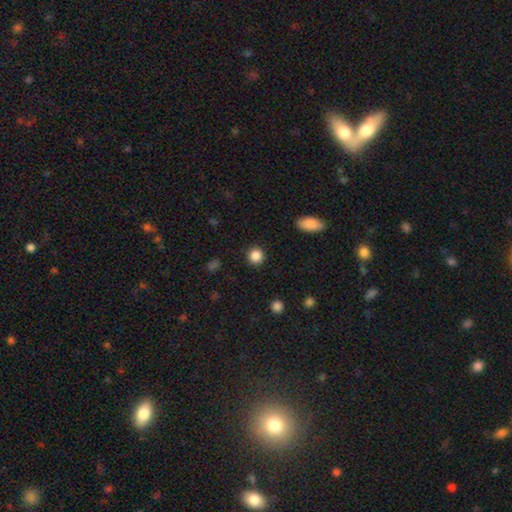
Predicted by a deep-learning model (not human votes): smooth_or_featured: smooth (p=0.86) [alt: star or artifact p=0.10]
how_rounded: round (p=0.91) [alt: in between p=0.08]
merging: none (p=0.91) [alt: minor disturbance p=0.06]